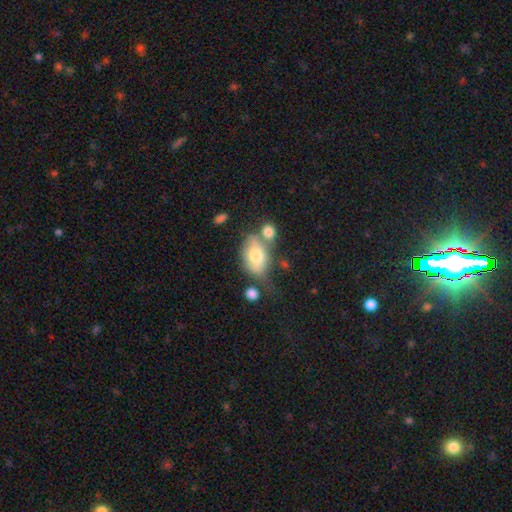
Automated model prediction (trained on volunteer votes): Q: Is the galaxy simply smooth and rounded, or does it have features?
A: smooth — 63%.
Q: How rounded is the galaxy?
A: in between — 84%.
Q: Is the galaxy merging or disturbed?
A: none — 39%.